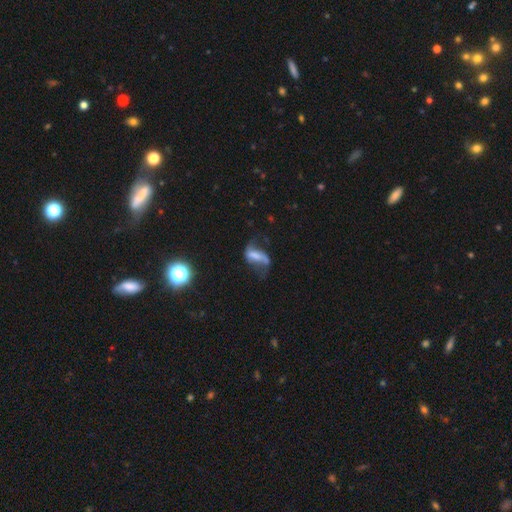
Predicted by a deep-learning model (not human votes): Smooth or featured?
  - featured or disk: 59% *
  - smooth: 30%
  - star or artifact: 12%
Edge-on disk?
  - no: 91% *
  - yes: 9%
Bar?
  - strong: 41% *
  - weak: 30%
  - no: 29%
Spiral arms?
  - yes: 72% *
  - no: 28%
Bulge size?
  - none: 41% *
  - small: 24%
  - moderate: 21%
  - large: 11%
  - dominant: 3%
Merging?
  - none: 36% *
  - major disturbance: 35%
  - minor disturbance: 22%
  - merger: 7%